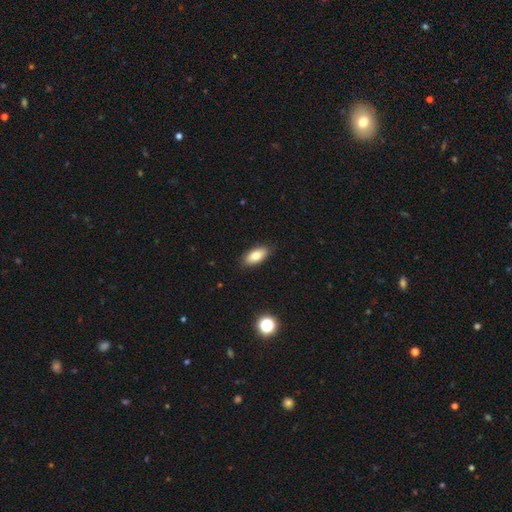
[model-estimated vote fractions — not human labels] Morphology: type=smooth (82%); roundness=in between (89%); merging=none (87%).